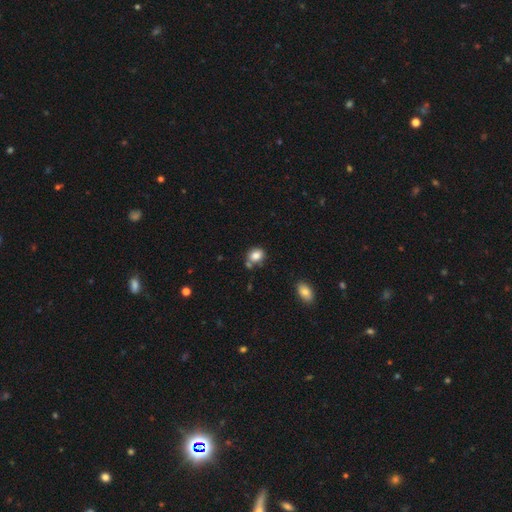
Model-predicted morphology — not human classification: A smooth galaxy with no disk features (84%) that is round (54%). Merging: none (65%).